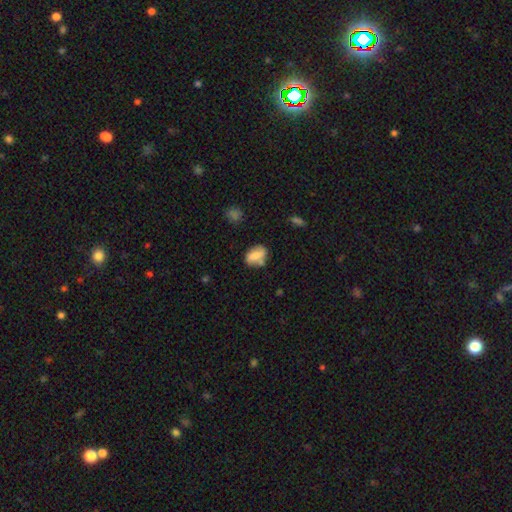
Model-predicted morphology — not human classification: smooth-or-featured: smooth: 65% | featured or disk: 27% | star or artifact: 8%
  how-rounded: in between: 79% | round: 17% | cigar-shaped: 4%
  merging: none: 61% | minor disturbance: 22% | merger: 11% | major disturbance: 6%